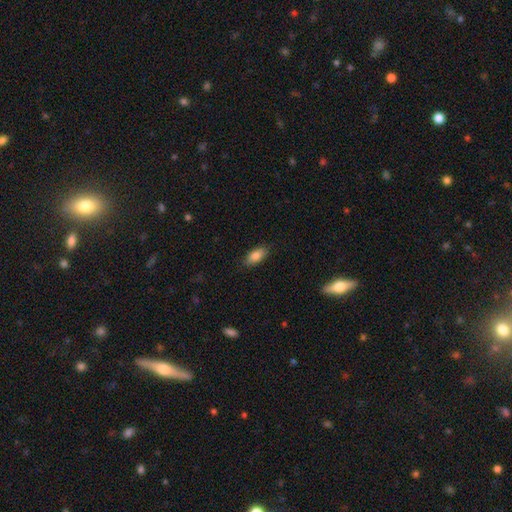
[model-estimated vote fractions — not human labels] smooth_or_featured: smooth (p=0.84) [alt: featured or disk p=0.08]
how_rounded: in between (p=0.88) [alt: cigar-shaped p=0.09]
merging: none (p=0.85) [alt: minor disturbance p=0.11]